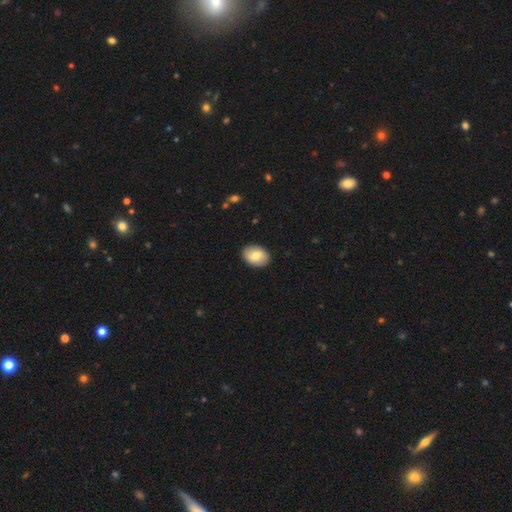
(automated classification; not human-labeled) smooth_or_featured: smooth (p=0.77) [alt: featured or disk p=0.16]
how_rounded: in between (p=0.82) [alt: round p=0.17]
merging: none (p=0.90) [alt: minor disturbance p=0.08]